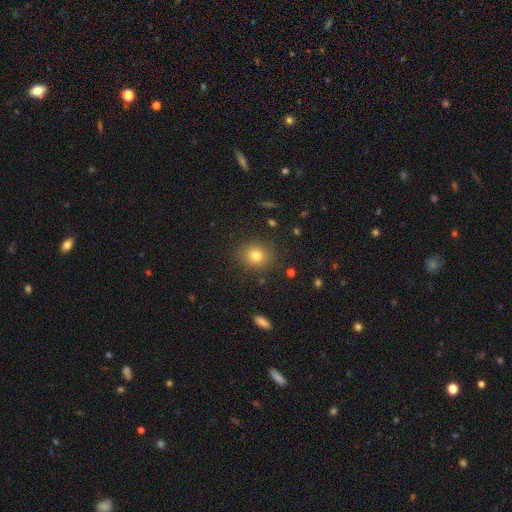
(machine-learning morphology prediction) type=smooth (79%); roundness=round (77%); merging=none (88%).